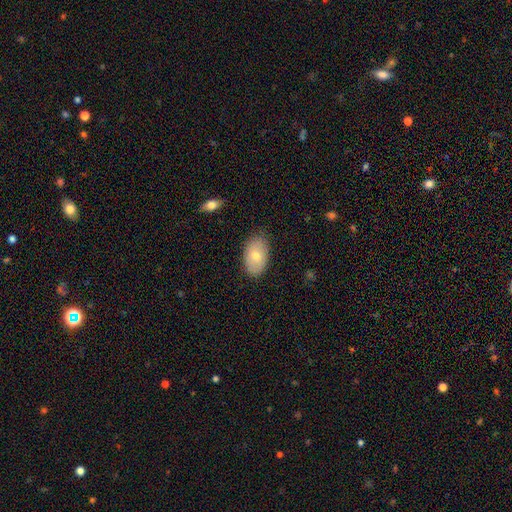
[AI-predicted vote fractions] A smooth galaxy with no disk features (71%) that is in between round and cigar-shaped (92%).

Vote fractions:
- Smooth or featured? smooth: 71% / featured or disk: 22% / star or artifact: 8%
- How rounded? in between: 92% / round: 7% / cigar-shaped: 1%
- Merging? none: 82% / minor disturbance: 14% / major disturbance: 3% / merger: 1%